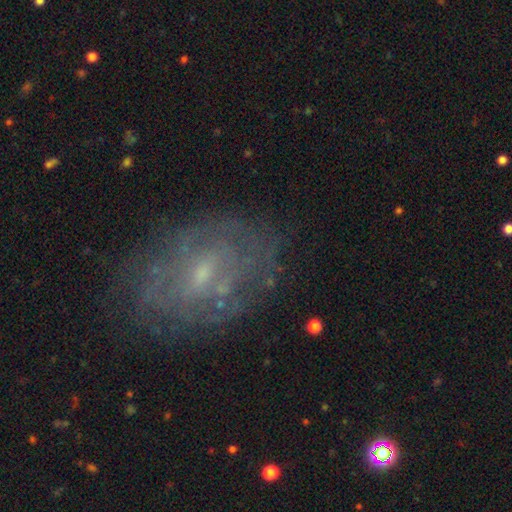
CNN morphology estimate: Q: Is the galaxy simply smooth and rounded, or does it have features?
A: featured or disk — 68%.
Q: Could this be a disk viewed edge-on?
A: no — 95%.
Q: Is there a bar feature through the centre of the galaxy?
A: no — 46%.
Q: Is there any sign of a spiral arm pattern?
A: yes — 52%.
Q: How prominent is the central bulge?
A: small — 62%.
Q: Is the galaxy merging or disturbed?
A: none — 69%.